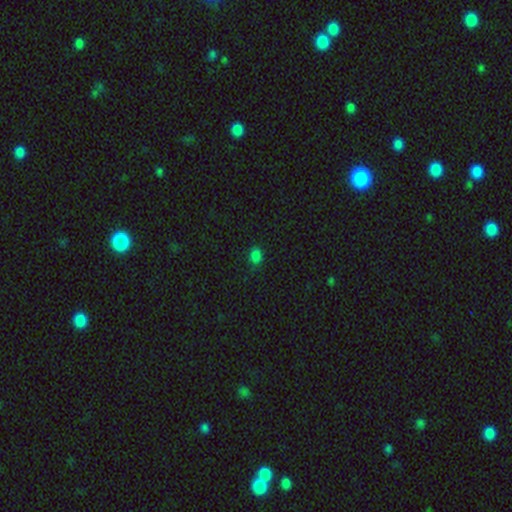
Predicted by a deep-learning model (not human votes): A smooth galaxy with no disk features (79%) that is in between round and cigar-shaped (57%).

Vote fractions:
- Smooth or featured? smooth: 79% / star or artifact: 18% / featured or disk: 3%
- How rounded? in between: 57% / round: 41% / cigar-shaped: 1%
- Merging? none: 80% / minor disturbance: 15% / major disturbance: 3% / merger: 1%